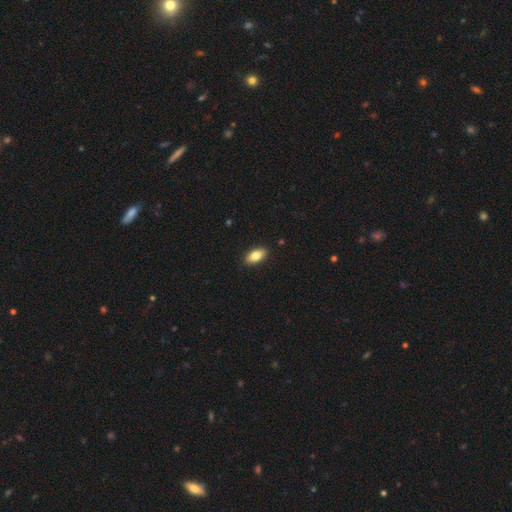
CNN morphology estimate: A smooth galaxy with no disk features (81%) that is in between round and cigar-shaped (91%).

Vote fractions:
- Smooth or featured? smooth: 81% / featured or disk: 12% / star or artifact: 7%
- How rounded? in between: 91% / cigar-shaped: 6% / round: 4%
- Merging? none: 90% / minor disturbance: 7% / major disturbance: 2% / merger: 1%